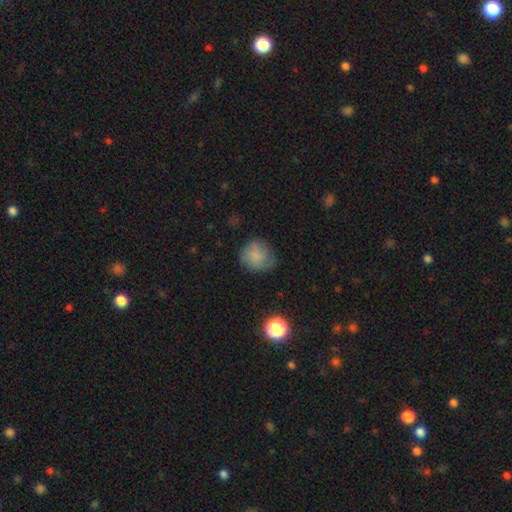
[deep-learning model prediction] Smooth or featured? smooth (69%)
How rounded? round (79%)
Merging? none (60%)